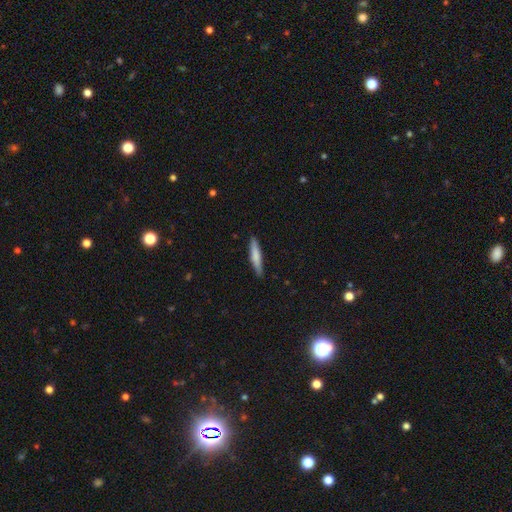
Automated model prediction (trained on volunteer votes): This appears to be a smooth galaxy with no disk features (72%) that is cigar-shaped (90%). Merging: none (89%).